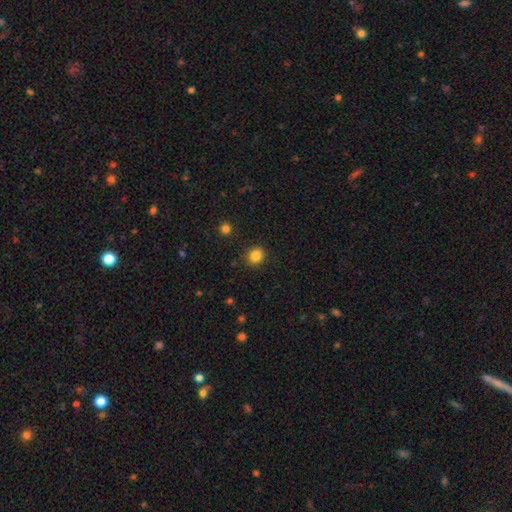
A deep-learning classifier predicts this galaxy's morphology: smooth 84%, star or artifact 11%, featured or disk 4%. Down the decision tree: how rounded — round (79%); merging — none (89%).